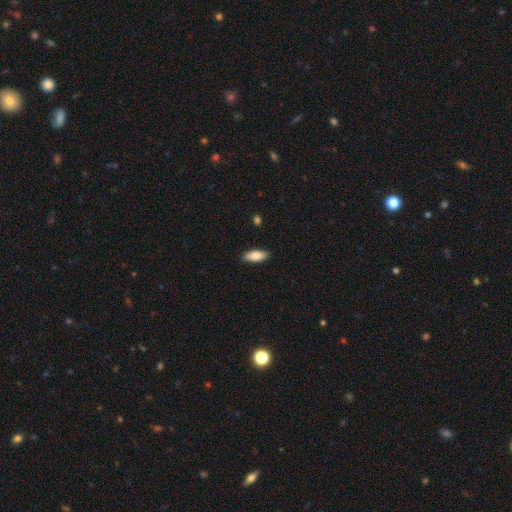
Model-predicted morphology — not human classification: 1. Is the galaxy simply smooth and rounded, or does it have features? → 86% smooth, 8% featured or disk, 6% star or artifact.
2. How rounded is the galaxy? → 78% in between, 20% cigar-shaped, 2% round.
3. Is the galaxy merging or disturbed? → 89% none, 9% minor disturbance, 2% major disturbance, 1% merger.